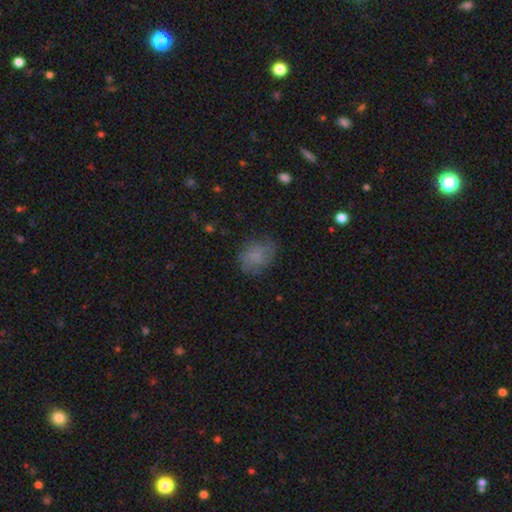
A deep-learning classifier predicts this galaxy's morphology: Overall: smooth (73%). How rounded: in between (66%; round 33%). Merging: none (66%).